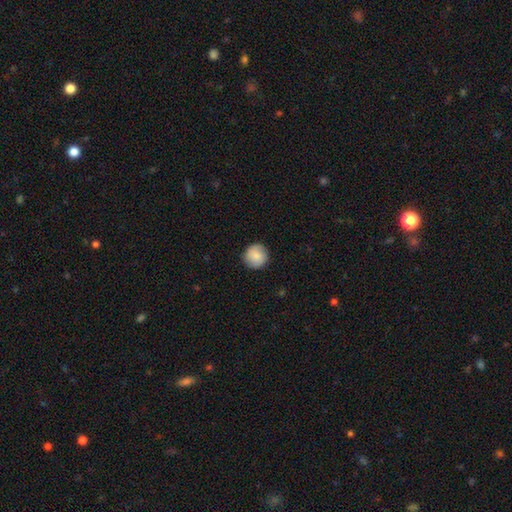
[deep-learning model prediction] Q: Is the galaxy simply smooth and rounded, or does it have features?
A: smooth — 83%.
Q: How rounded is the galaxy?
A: round — 94%.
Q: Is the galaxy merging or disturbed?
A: none — 89%.